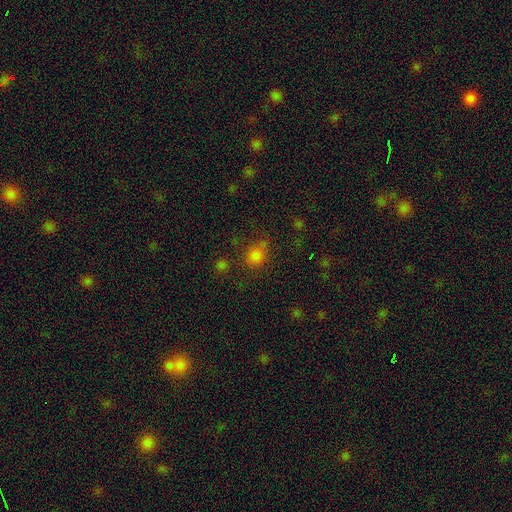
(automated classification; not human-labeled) Q: Smooth or featured?
A: smooth (76%); runner-up: star or artifact (19%)
Q: How rounded?
A: round (74%); runner-up: in between (25%)
Q: Merging?
A: none (67%); runner-up: minor disturbance (17%)